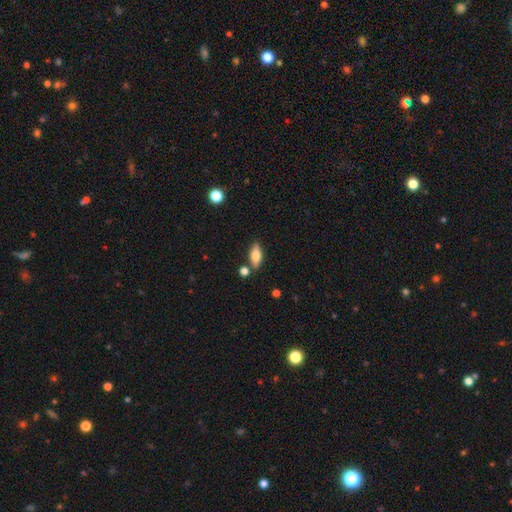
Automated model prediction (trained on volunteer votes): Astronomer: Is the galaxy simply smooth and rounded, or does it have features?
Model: smooth — 62%.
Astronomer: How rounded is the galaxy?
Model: in between — 73%.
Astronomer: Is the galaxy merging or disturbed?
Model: none — 79%.